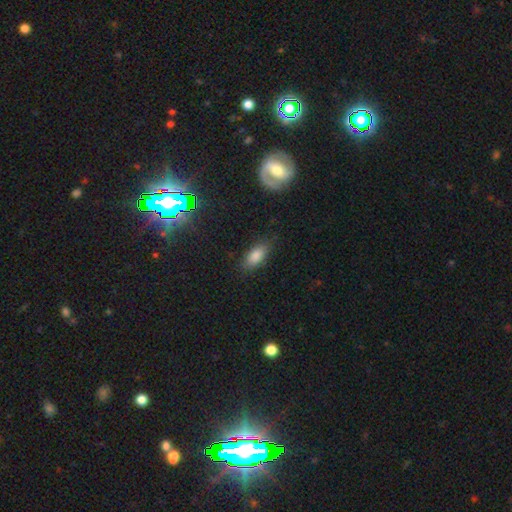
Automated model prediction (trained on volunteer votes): Smooth or featured?
  - smooth: 79% *
  - star or artifact: 11%
  - featured or disk: 10%
How rounded?
  - in between: 86% *
  - cigar-shaped: 11%
  - round: 4%
Merging?
  - none: 81% *
  - minor disturbance: 14%
  - major disturbance: 4%
  - merger: 2%